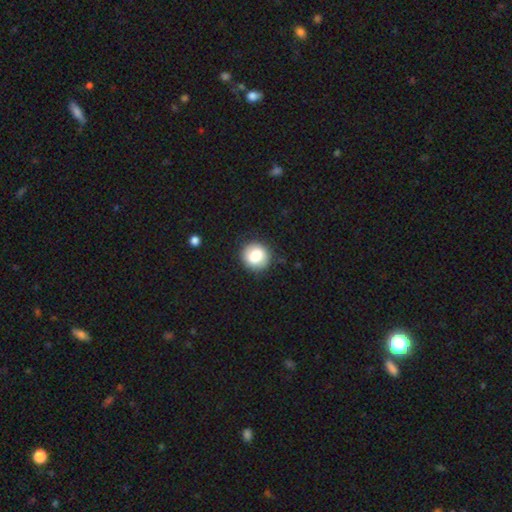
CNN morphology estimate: type=smooth (81%); roundness=round (89%); merging=none (88%).